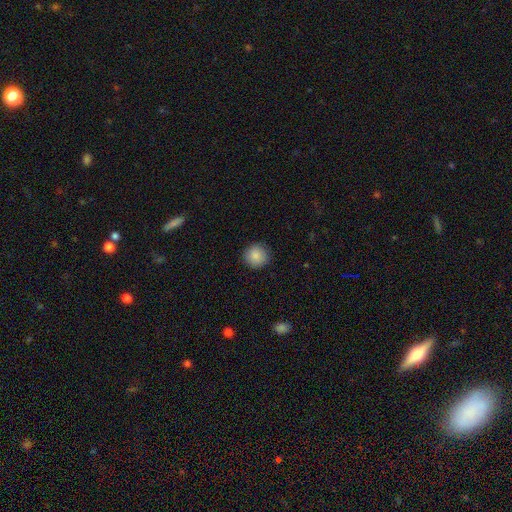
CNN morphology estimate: smooth 87%, star or artifact 9%, featured or disk 4%. Down the decision tree: how rounded — round (93%); merging — none (90%).